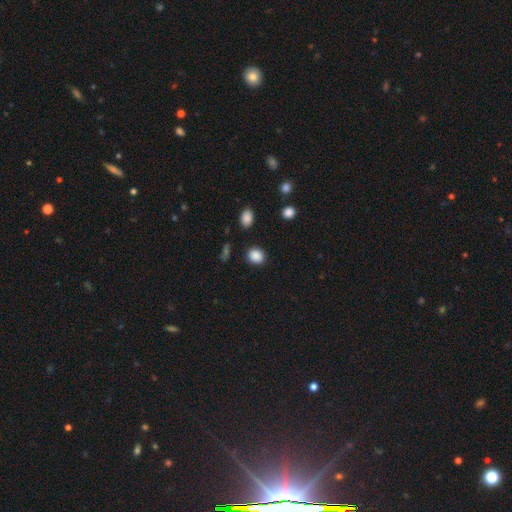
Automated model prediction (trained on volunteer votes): Smooth or featured? Predicted: smooth (p=0.87). How rounded? Predicted: round (p=0.67). Merging? Predicted: none (p=0.87).